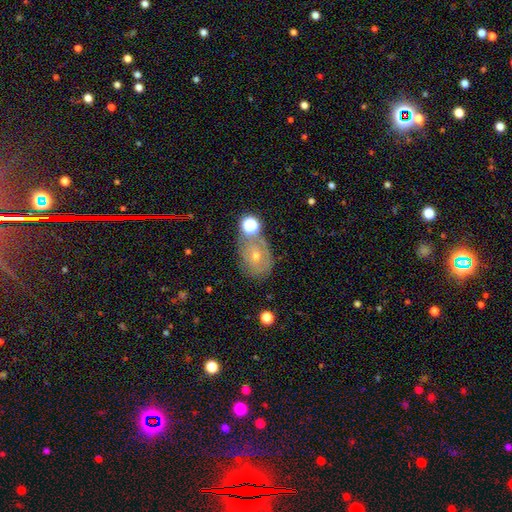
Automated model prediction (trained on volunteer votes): smooth-or-featured: featured or disk: 47% | smooth: 34% | star or artifact: 19%
  merging: none: 65% | minor disturbance: 17% | merger: 11% | major disturbance: 7%